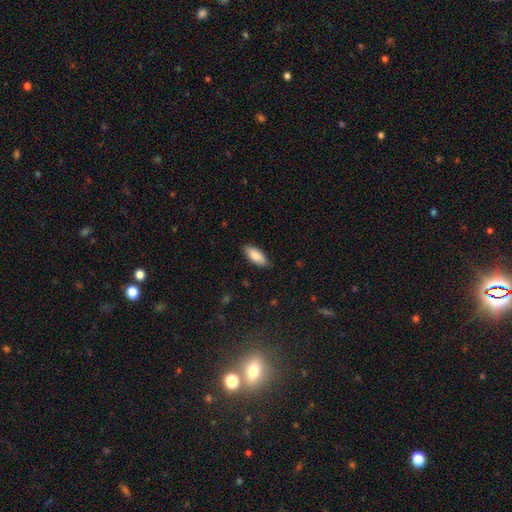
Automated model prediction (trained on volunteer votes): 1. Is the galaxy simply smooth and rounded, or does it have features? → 86% smooth, 8% featured or disk, 6% star or artifact.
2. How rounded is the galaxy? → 81% in between, 17% cigar-shaped, 2% round.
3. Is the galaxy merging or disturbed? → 88% none, 9% minor disturbance, 2% major disturbance, 1% merger.